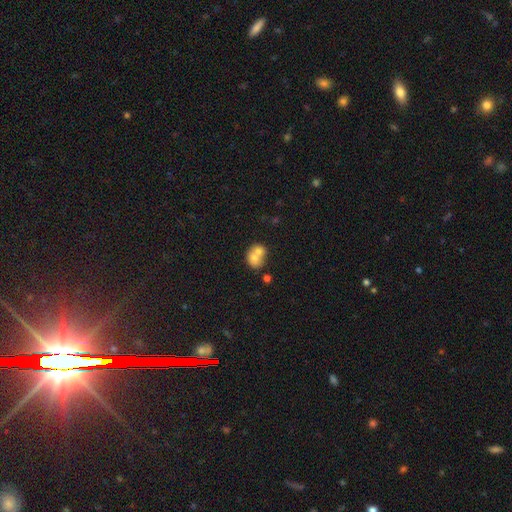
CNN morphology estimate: A smooth galaxy with no disk features (70%) that is round (57%). Merging: merger (65%).